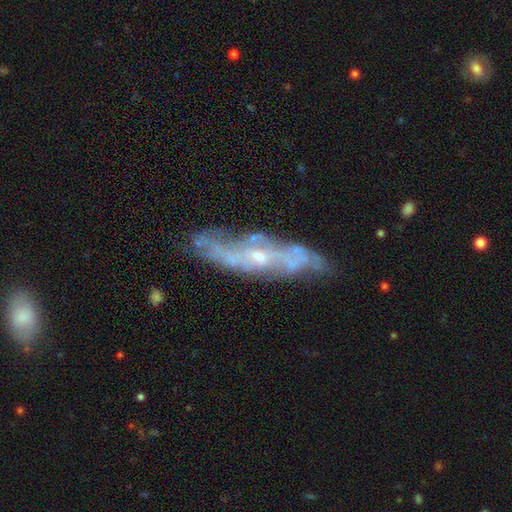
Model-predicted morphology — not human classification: A featured or disk galaxy (78%) with no bar (63%), spiral arms (71%) and a small central bulge (65%). Merging: none (68%).